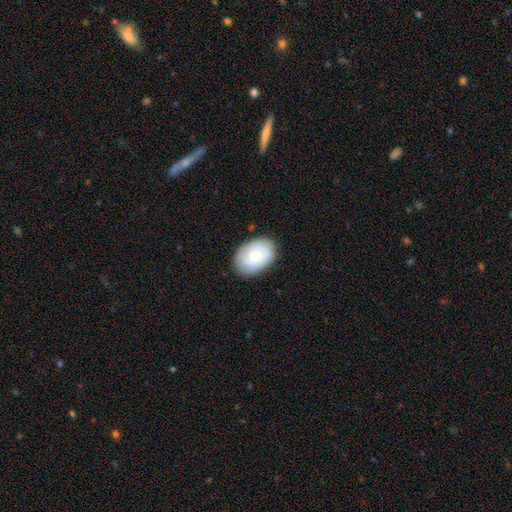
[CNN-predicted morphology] smooth_or_featured: smooth (p=0.66) [alt: featured or disk p=0.28]
how_rounded: in between (p=0.82) [alt: round p=0.17]
merging: none (p=0.84) [alt: minor disturbance p=0.12]